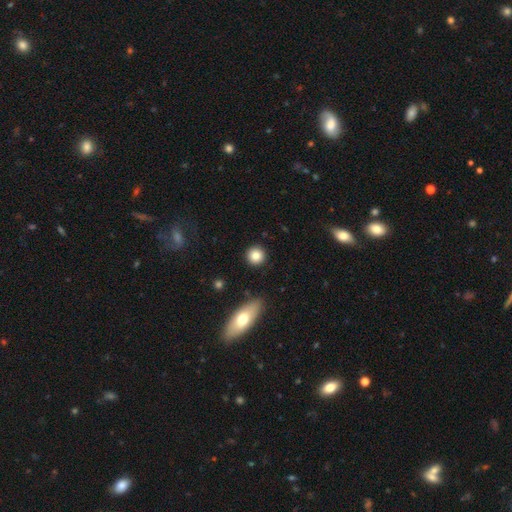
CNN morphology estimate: smooth-or-featured: smooth: 84% | star or artifact: 9% | featured or disk: 7%
  how-rounded: round: 93% | in between: 6% | cigar-shaped: 1%
  merging: none: 89% | minor disturbance: 7% | major disturbance: 2% | merger: 2%